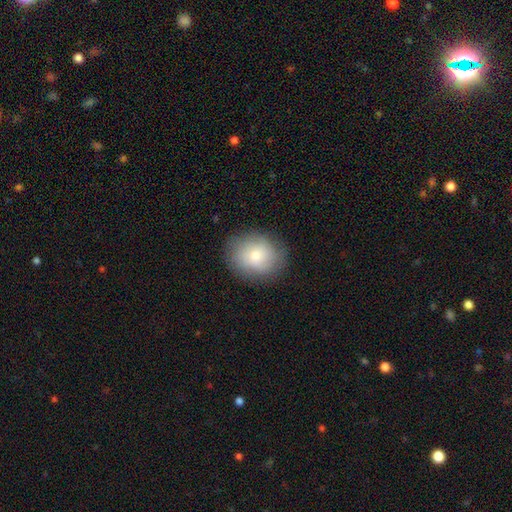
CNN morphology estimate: A smooth galaxy with no disk features (72%) that is round (69%). Merging: none (82%).